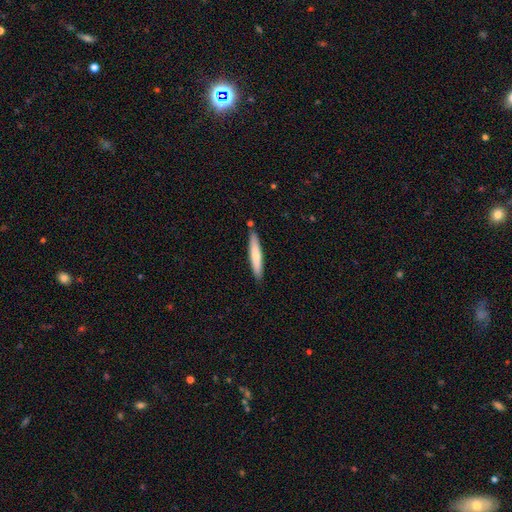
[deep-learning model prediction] Smooth or featured? smooth (72%)
How rounded? cigar-shaped (92%)
Merging? none (85%)